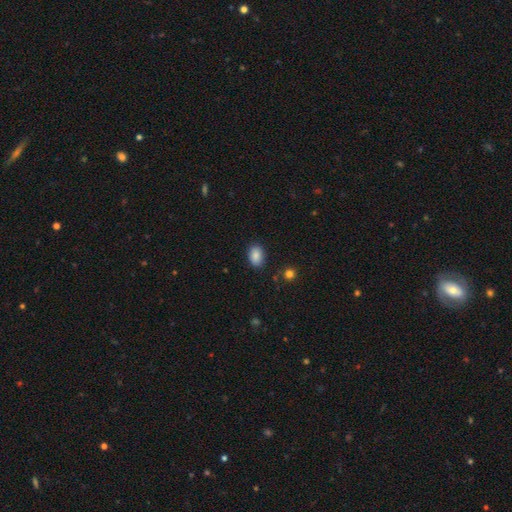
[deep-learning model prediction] Morphology: type=smooth (87%); roundness=in between (86%); merging=none (86%).